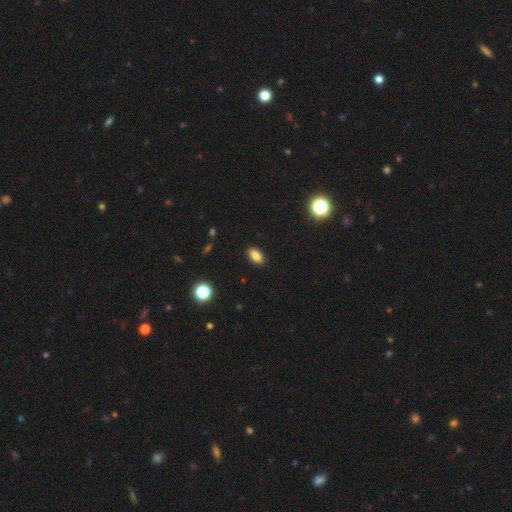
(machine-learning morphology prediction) Q: Smooth or featured?
A: smooth (83%); runner-up: star or artifact (11%)
Q: How rounded?
A: in between (89%); runner-up: round (6%)
Q: Merging?
A: none (89%); runner-up: minor disturbance (8%)